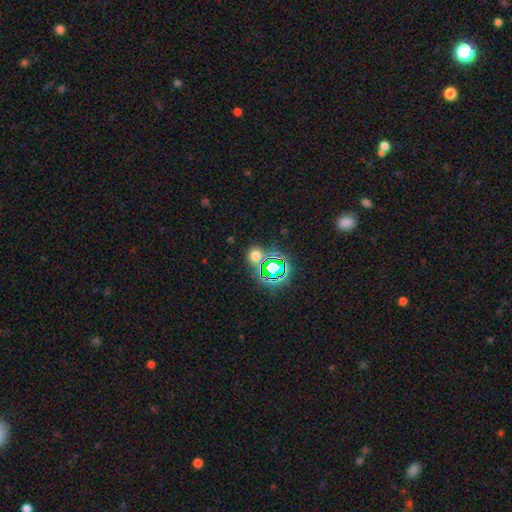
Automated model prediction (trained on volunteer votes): A smooth galaxy with no disk features (53%) that is round (79%). Merging: none (76%).